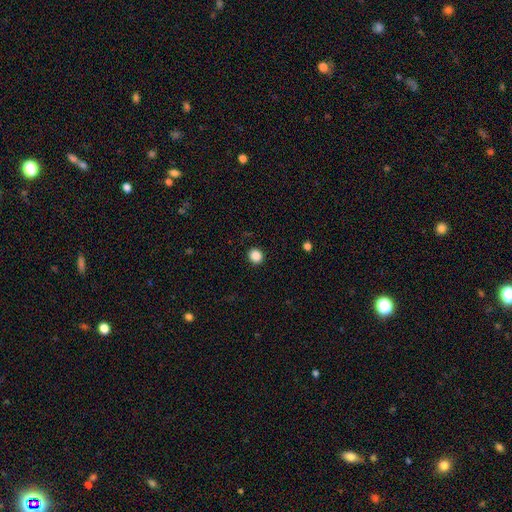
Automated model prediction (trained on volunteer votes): A smooth galaxy with no disk features (87%) that is round (88%).

Vote fractions:
- Smooth or featured? smooth: 87% / star or artifact: 10% / featured or disk: 3%
- How rounded? round: 88% / in between: 11% / cigar-shaped: 1%
- Merging? none: 92% / minor disturbance: 5% / major disturbance: 2% / merger: 1%